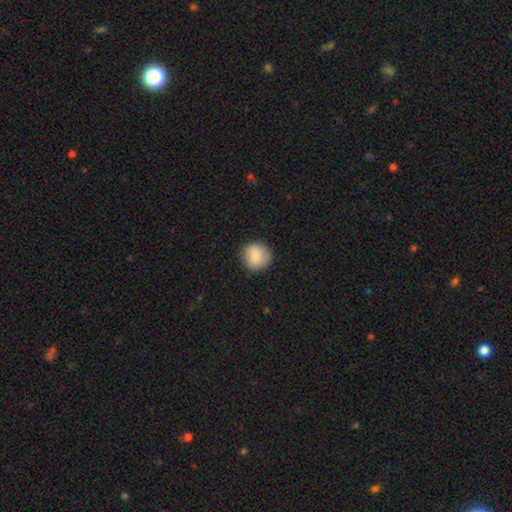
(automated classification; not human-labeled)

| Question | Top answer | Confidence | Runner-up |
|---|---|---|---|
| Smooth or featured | smooth | 85% | star or artifact (7%) |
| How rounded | round | 91% | in between (8%) |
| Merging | none | 87% | minor disturbance (10%) |